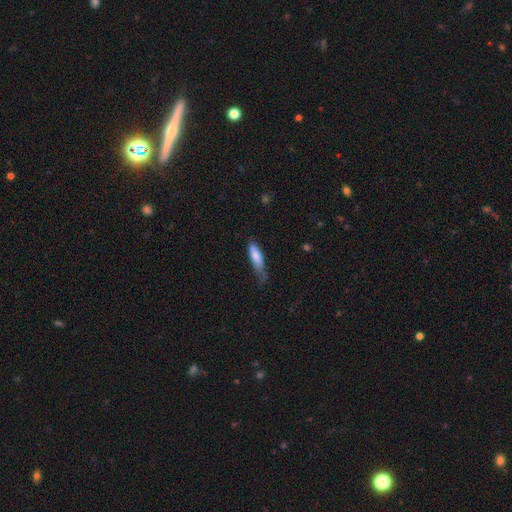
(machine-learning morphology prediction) smooth 79%, featured or disk 15%, star or artifact 6%. Down the decision tree: how rounded — cigar-shaped (60%); merging — minor disturbance (43%).